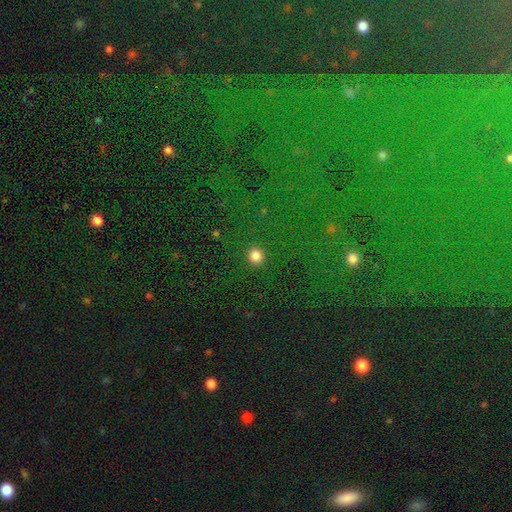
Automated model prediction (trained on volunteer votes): A smooth galaxy with no disk features (84%) that is round (91%).

Vote fractions:
- Smooth or featured? smooth: 84% / star or artifact: 12% / featured or disk: 4%
- How rounded? round: 91% / in between: 8% / cigar-shaped: 1%
- Merging? none: 91% / minor disturbance: 6% / major disturbance: 3% / merger: 1%